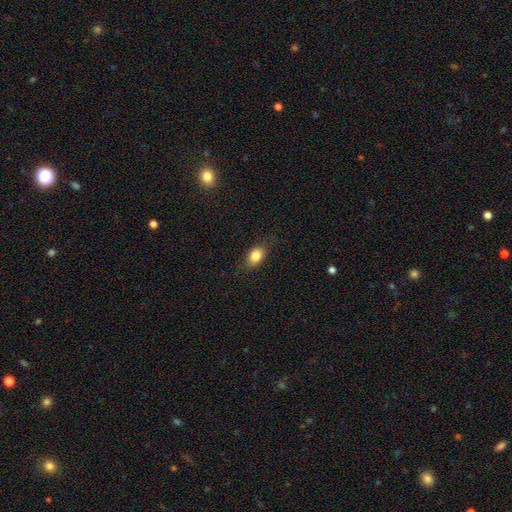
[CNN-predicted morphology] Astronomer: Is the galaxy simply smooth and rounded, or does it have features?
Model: smooth — 81%.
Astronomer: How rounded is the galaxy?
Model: in between — 72%.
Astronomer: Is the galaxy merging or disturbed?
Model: none — 79%.